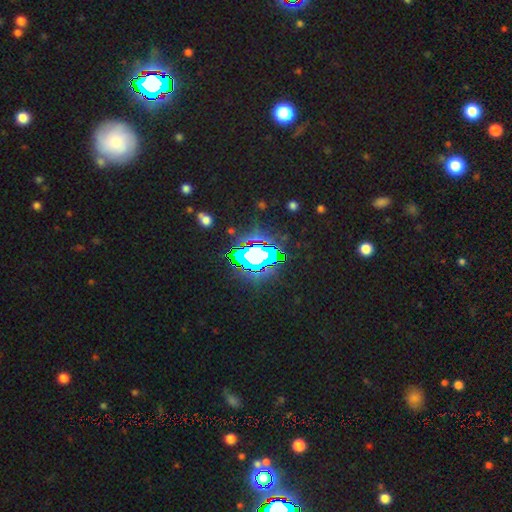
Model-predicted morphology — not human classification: This is likely a star or artifact rather than a galaxy (68%).